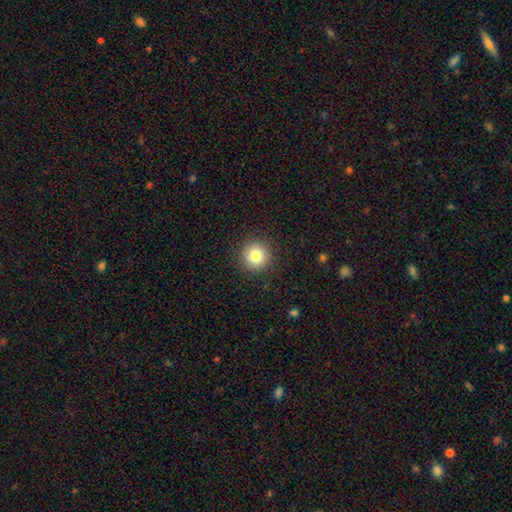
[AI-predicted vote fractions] smooth_or_featured: smooth (p=0.81) [alt: star or artifact p=0.11]
how_rounded: round (p=0.96) [alt: in between p=0.03]
merging: none (p=0.91) [alt: minor disturbance p=0.05]